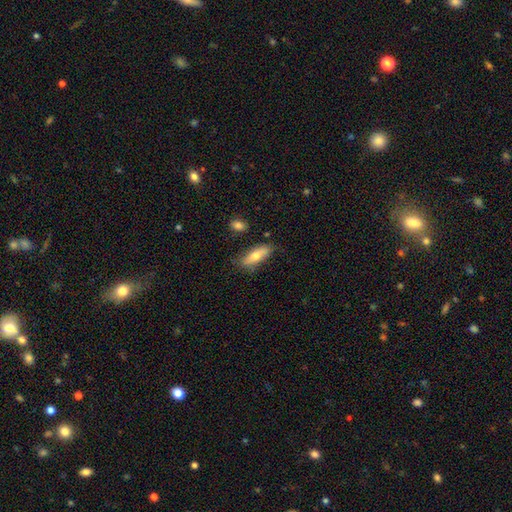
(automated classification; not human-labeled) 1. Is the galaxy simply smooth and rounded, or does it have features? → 69% smooth, 24% featured or disk, 6% star or artifact.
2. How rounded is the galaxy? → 60% in between, 38% cigar-shaped, 2% round.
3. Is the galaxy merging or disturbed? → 74% none, 19% minor disturbance, 4% major disturbance, 3% merger.